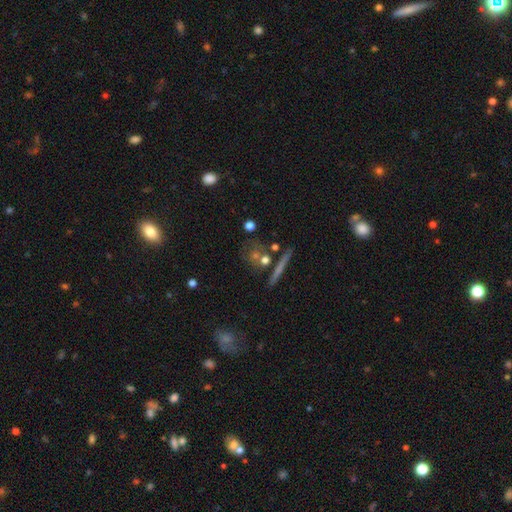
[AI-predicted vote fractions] This is marginally a smooth galaxy (40%). Merging: likely none (72%).